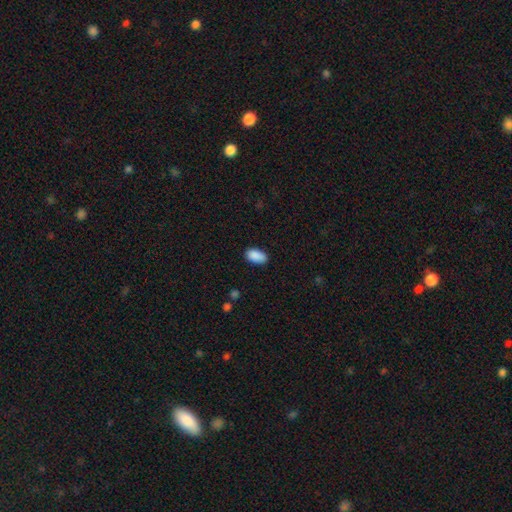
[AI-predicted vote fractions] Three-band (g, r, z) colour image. It shows a smooth galaxy with no disk features (90%) that is in between round and cigar-shaped (94%). Merging: none (84%).